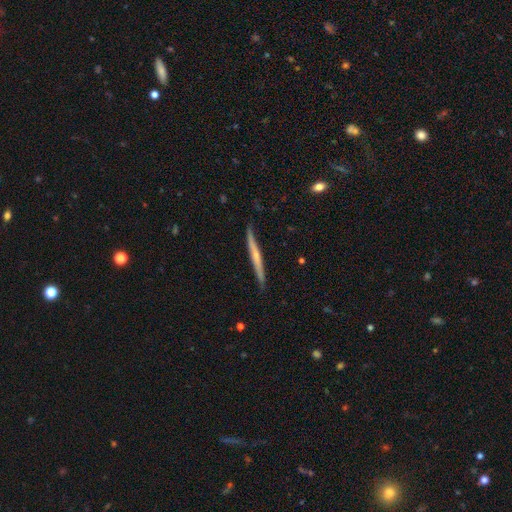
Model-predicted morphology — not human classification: A featured or disk galaxy (60%) viewed edge-on (97%) with no central bulge (50%).

Vote fractions:
- Smooth or featured? featured or disk: 60% / smooth: 34% / star or artifact: 6%
- Edge-on disk? yes: 97% / no: 3%
- Edge-on bulge? none: 50% / rounded: 44% / boxy: 6%
- Merging? none: 86% / minor disturbance: 11% / major disturbance: 2% / merger: 1%